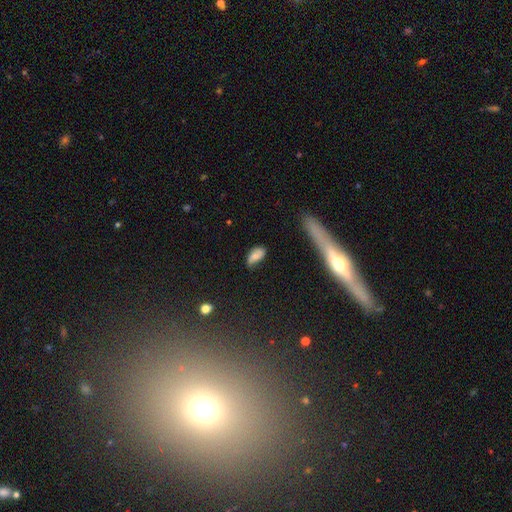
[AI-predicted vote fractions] A smooth galaxy with no disk features (67%) that is in between round and cigar-shaped (90%).

Vote fractions:
- Smooth or featured? smooth: 67% / featured or disk: 23% / star or artifact: 10%
- How rounded? in between: 90% / round: 5% / cigar-shaped: 5%
- Merging? none: 50% / minor disturbance: 34% / major disturbance: 12% / merger: 4%